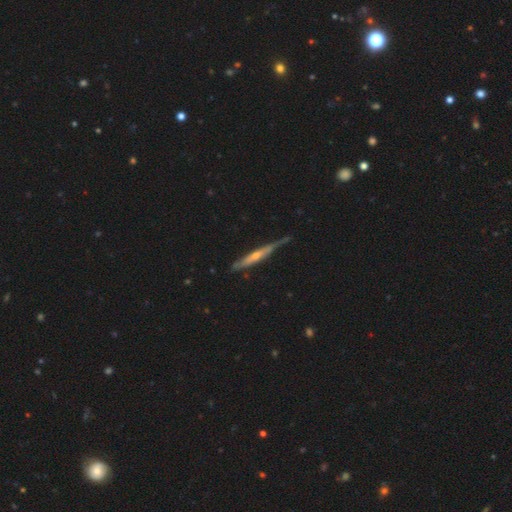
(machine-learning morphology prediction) Smooth or featured: featured or disk — 70% (smooth — 25%)
Edge-on disk: yes — 93% (no — 7%)
Edge-on bulge: rounded — 59% (none — 33%)
Merging: none — 69% (minor disturbance — 23%)